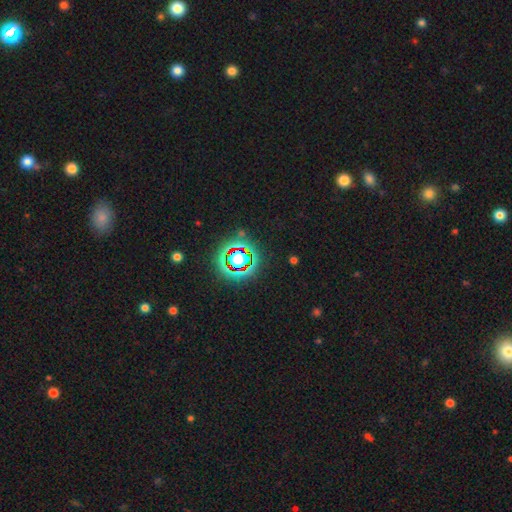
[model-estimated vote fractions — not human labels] This is likely a star or artifact rather than a galaxy (79%).